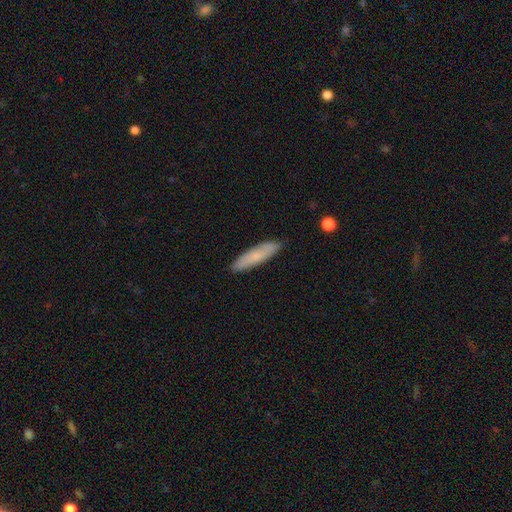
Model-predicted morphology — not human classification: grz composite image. It shows a smooth galaxy with no disk features (73%) that is cigar-shaped (74%). Merging: none (88%).